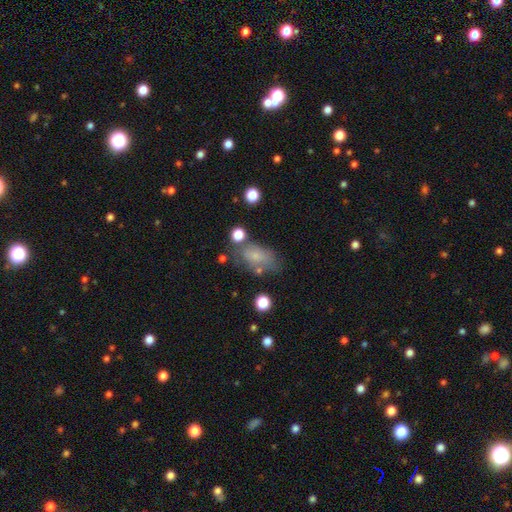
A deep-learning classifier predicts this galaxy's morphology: Smooth or featured? smooth (68%)
How rounded? in between (87%)
Merging? none (49%)